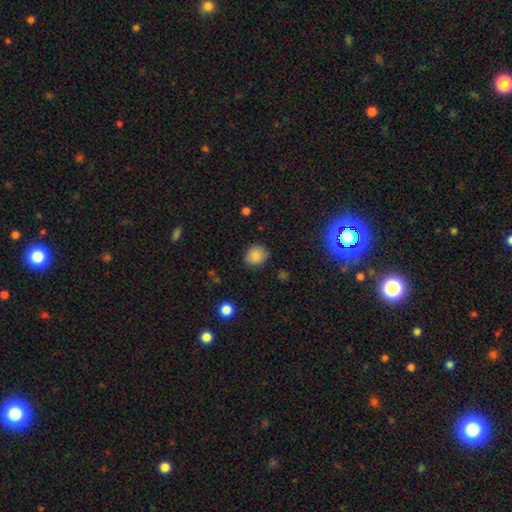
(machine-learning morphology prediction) smooth_or_featured: smooth (p=0.86) [alt: star or artifact p=0.10]
how_rounded: round (p=0.80) [alt: in between p=0.19]
merging: none (p=0.86) [alt: minor disturbance p=0.10]